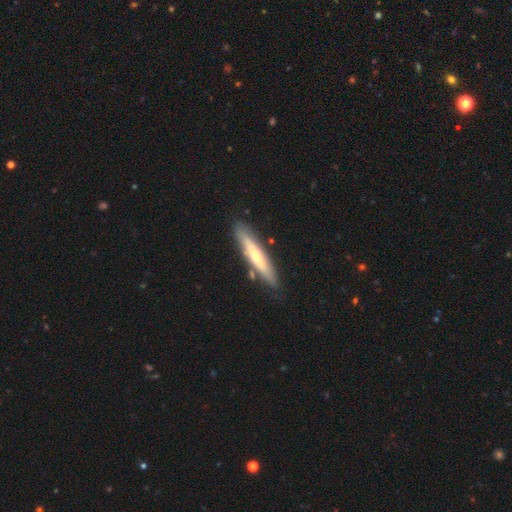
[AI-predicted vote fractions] Morphology: type=featured or disk (50%); edge-on=yes (87%); merging=none (86%).